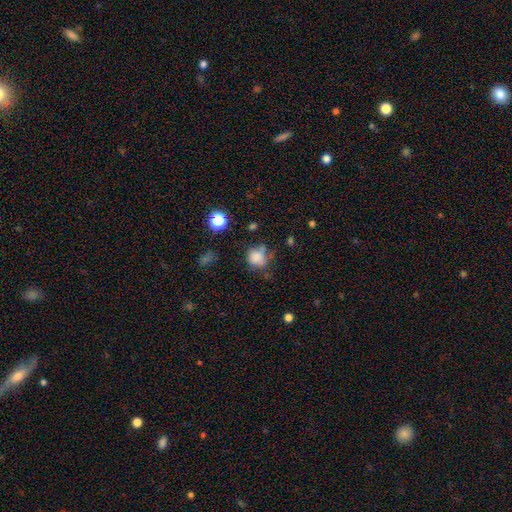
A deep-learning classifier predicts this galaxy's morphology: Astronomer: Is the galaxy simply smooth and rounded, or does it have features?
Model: smooth — 78%.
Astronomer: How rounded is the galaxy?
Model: round — 77%.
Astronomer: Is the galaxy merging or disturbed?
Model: none — 52%.